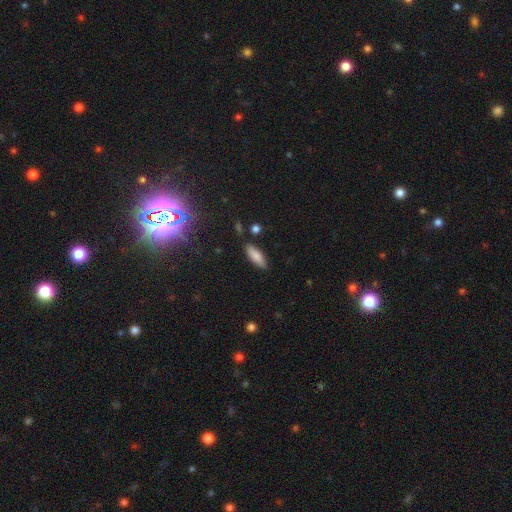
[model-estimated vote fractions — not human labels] Morphology: type=smooth (82%); roundness=in between (59%); merging=none (84%).